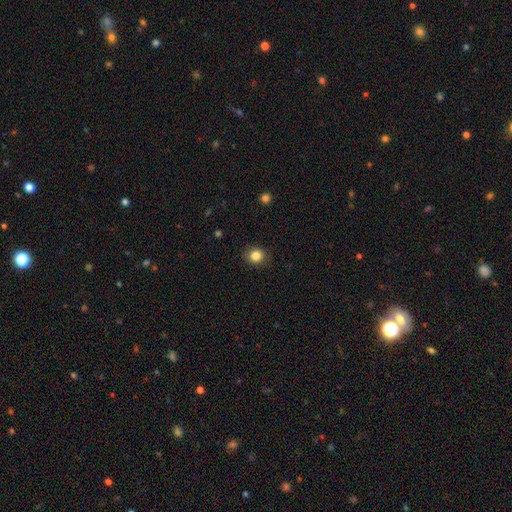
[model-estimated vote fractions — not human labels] A smooth galaxy with no disk features (84%) that is round (76%).

Vote fractions:
- Smooth or featured? smooth: 84% / star or artifact: 11% / featured or disk: 5%
- How rounded? round: 76% / in between: 23% / cigar-shaped: 1%
- Merging? none: 86% / minor disturbance: 10% / major disturbance: 3% / merger: 1%